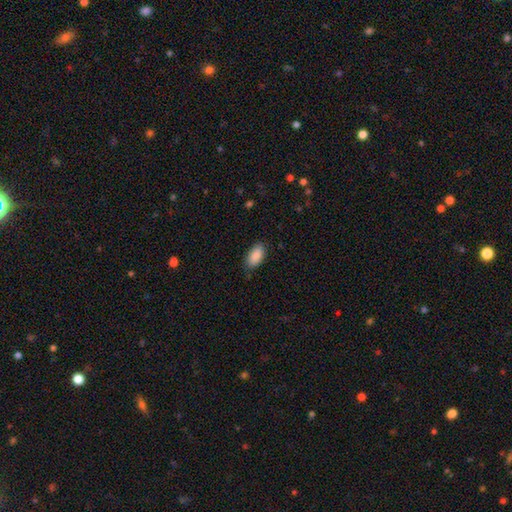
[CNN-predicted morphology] This appears to be a smooth galaxy with no disk features (89%) that is in between round and cigar-shaped (93%). Merging: none (81%).